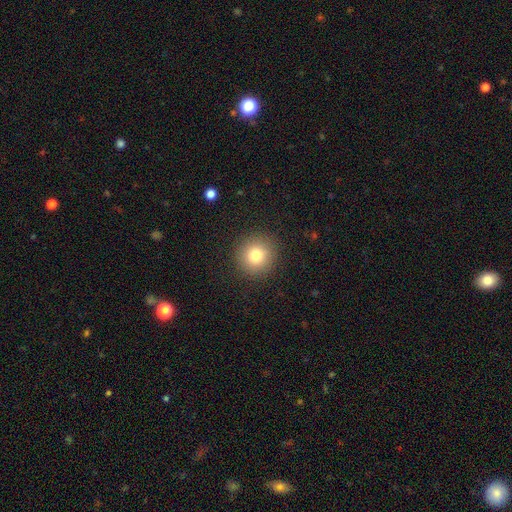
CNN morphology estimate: Overall: smooth (80%). How rounded: round (93%). Merging: none (90%).